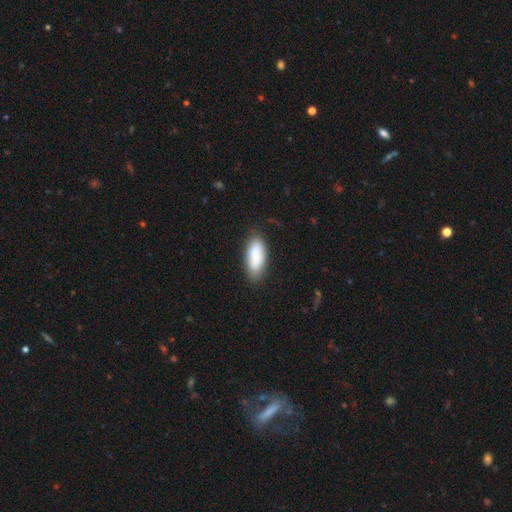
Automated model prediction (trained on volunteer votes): A smooth galaxy with no disk features (87%) that is in between round and cigar-shaped (84%).

Vote fractions:
- Smooth or featured? smooth: 87% / featured or disk: 7% / star or artifact: 6%
- How rounded? in between: 84% / cigar-shaped: 14% / round: 2%
- Merging? none: 77% / minor disturbance: 17% / major disturbance: 4% / merger: 2%